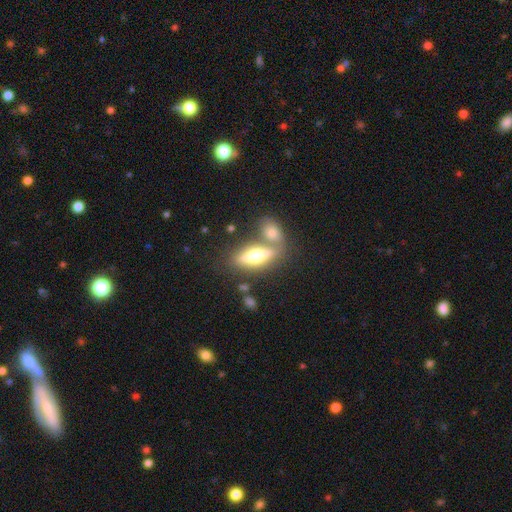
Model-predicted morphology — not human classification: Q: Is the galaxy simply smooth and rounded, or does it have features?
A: featured or disk — 51%.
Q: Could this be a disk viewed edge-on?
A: yes — 84%.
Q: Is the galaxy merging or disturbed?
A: none — 55%.